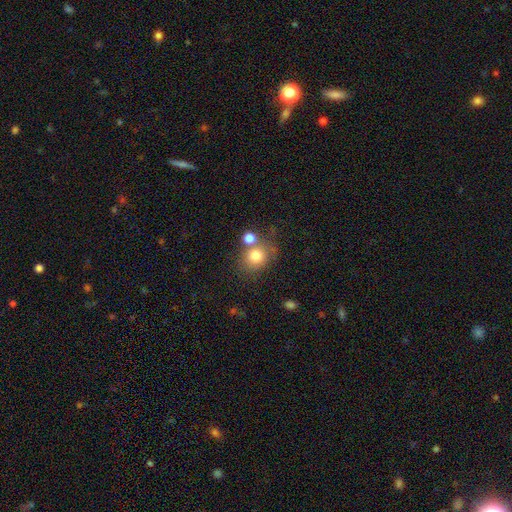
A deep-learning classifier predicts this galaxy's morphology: Overall: smooth (78%). How rounded: round (76%). Merging: none (59%; merger 25%).